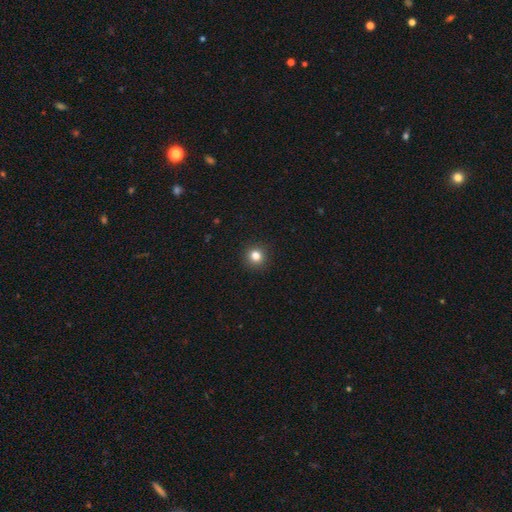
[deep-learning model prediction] Morphology: type=smooth (82%); roundness=round (93%); merging=none (93%).